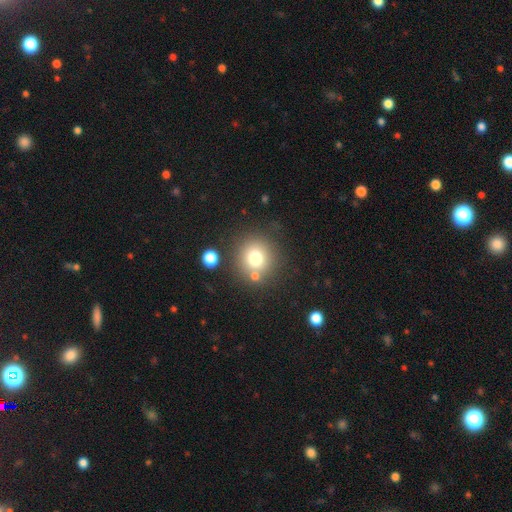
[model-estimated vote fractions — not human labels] A smooth galaxy with no disk features (59%) that is round (92%). Merging: none (82%).